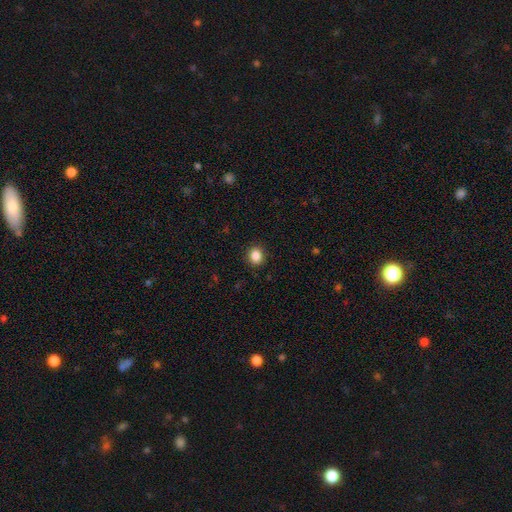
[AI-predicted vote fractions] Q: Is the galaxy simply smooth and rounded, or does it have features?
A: smooth — 86%.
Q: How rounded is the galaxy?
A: round — 65%.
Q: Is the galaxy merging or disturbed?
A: none — 90%.